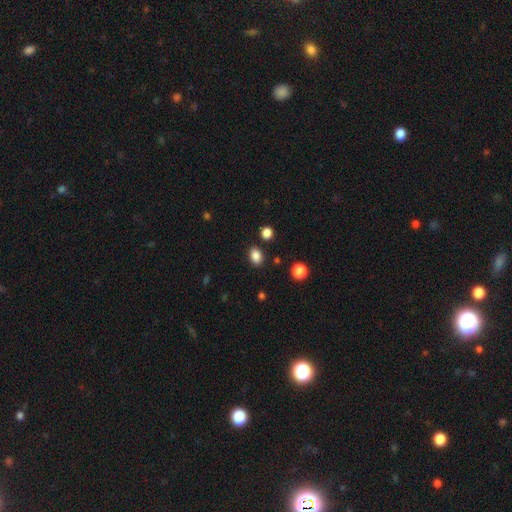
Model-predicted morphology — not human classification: smooth_or_featured: smooth (p=0.86) [alt: star or artifact p=0.11]
how_rounded: in between (p=0.71) [alt: round p=0.28]
merging: none (p=0.85) [alt: minor disturbance p=0.09]